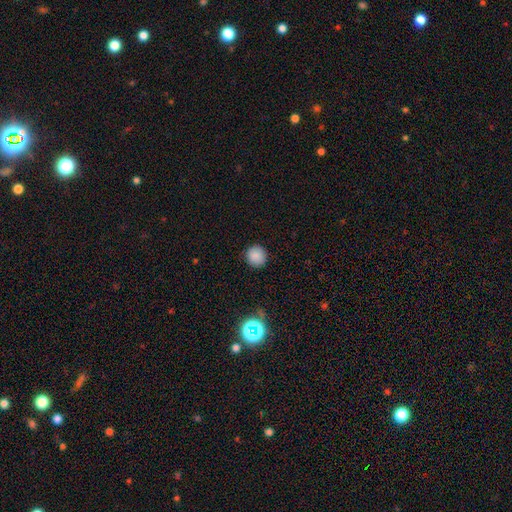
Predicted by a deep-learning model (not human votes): Smooth or featured?
  - smooth: 84% *
  - star or artifact: 12%
  - featured or disk: 4%
How rounded?
  - round: 93% *
  - in between: 7%
  - cigar-shaped: 1%
Merging?
  - none: 90% *
  - minor disturbance: 7%
  - major disturbance: 2%
  - merger: 1%